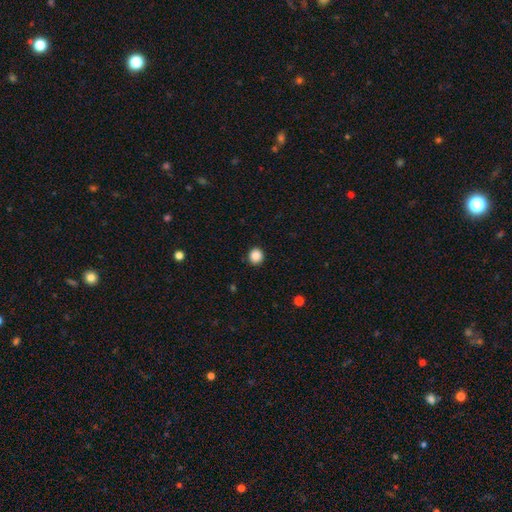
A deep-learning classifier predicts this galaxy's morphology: A smooth galaxy with no disk features (88%) that is round (88%). Merging: none (90%).